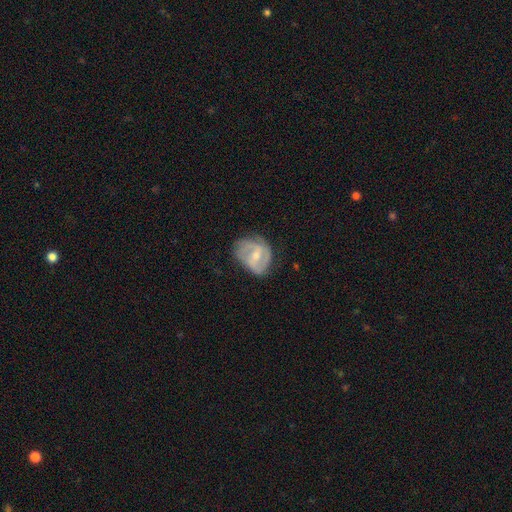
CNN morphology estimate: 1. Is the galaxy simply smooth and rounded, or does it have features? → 68% featured or disk, 26% smooth, 6% star or artifact.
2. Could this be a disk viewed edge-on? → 97% no, 3% yes.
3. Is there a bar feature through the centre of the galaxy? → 52% weak, 26% no, 23% strong.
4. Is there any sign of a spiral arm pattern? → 79% yes, 21% no.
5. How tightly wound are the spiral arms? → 46% medium, 28% tight, 26% loose.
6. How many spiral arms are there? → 63% 2, 18% can't tell, 9% 3, 6% 1, 2% 4, 2% more than 4.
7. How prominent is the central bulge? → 49% moderate, 46% small, 3% none, 2% large, 1% dominant.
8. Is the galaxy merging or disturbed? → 53% none, 31% minor disturbance, 15% major disturbance, 2% merger.